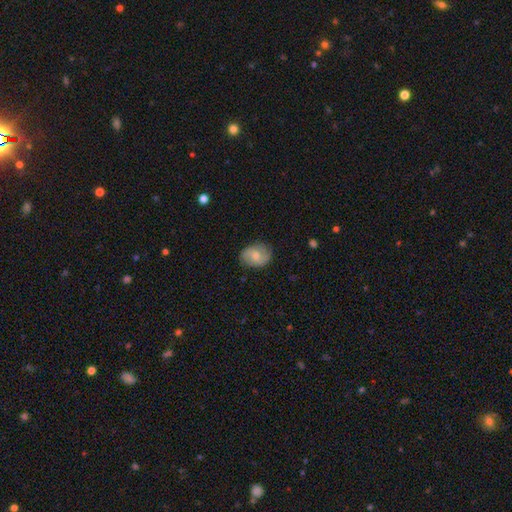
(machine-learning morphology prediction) This is possibly a smooth galaxy (54%). How rounded: possibly in between (56%). Merging: likely none (79%).